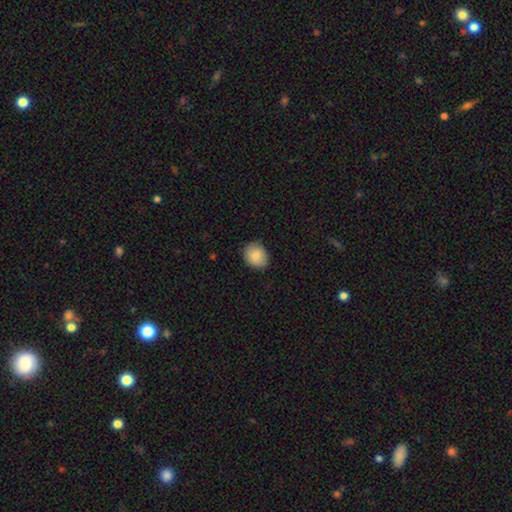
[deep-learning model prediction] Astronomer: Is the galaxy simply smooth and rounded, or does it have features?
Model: smooth — 86%.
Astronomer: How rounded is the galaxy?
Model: round — 62% (runner-up: in between, 37%).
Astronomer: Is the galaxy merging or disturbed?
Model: none — 83%.